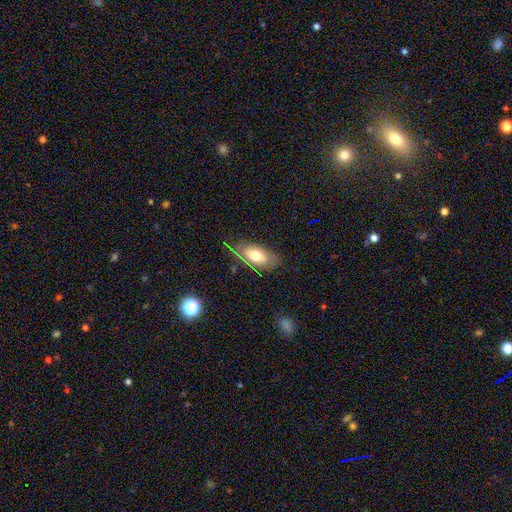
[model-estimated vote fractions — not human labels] Overall: smooth (60%; featured or disk 31%). How rounded: in between (89%). Merging: none (70%).